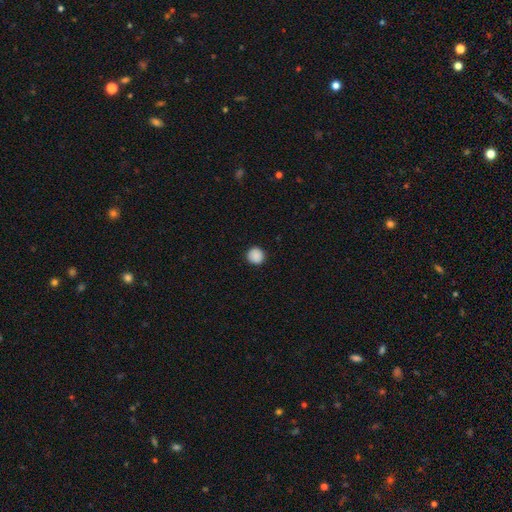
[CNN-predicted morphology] Overall: smooth (89%). How rounded: round (93%). Merging: none (91%).